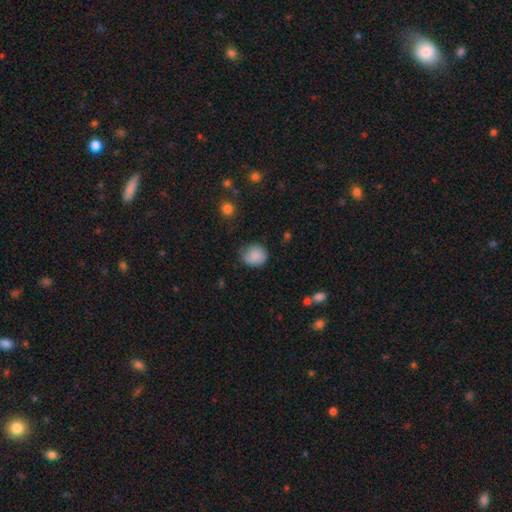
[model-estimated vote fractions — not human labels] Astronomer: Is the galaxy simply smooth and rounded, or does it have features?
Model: smooth — 85%.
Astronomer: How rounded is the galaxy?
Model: round — 76%.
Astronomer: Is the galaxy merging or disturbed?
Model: none — 68%.